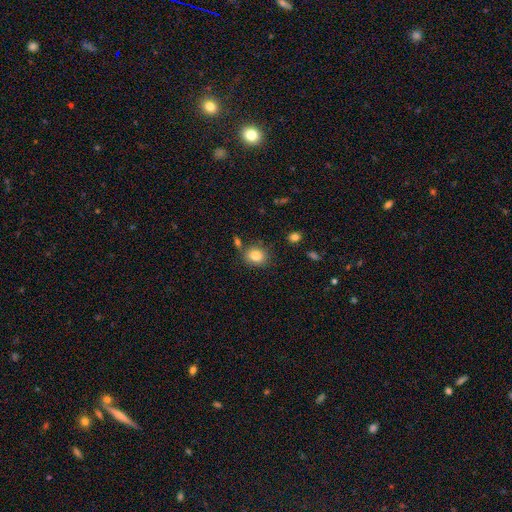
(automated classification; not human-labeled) The model was most divided on "how rounded": round: 67%, in between: 32%, cigar-shaped: 1%. More confident: smooth or featured — smooth (82%); merging — none (77%).